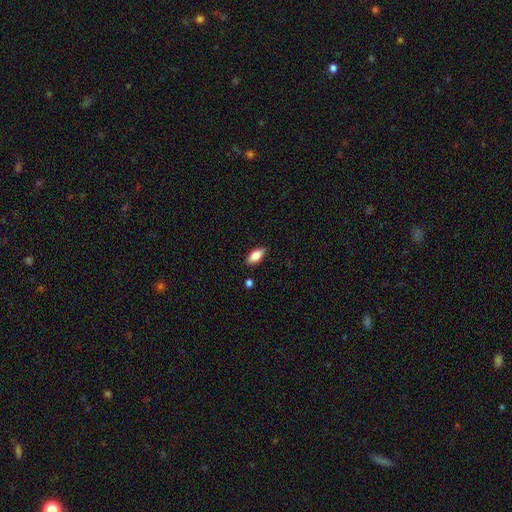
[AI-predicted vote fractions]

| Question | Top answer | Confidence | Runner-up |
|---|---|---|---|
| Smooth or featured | smooth | 79% | featured or disk (14%) |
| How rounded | in between | 85% | cigar-shaped (12%) |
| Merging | none | 87% | minor disturbance (10%) |